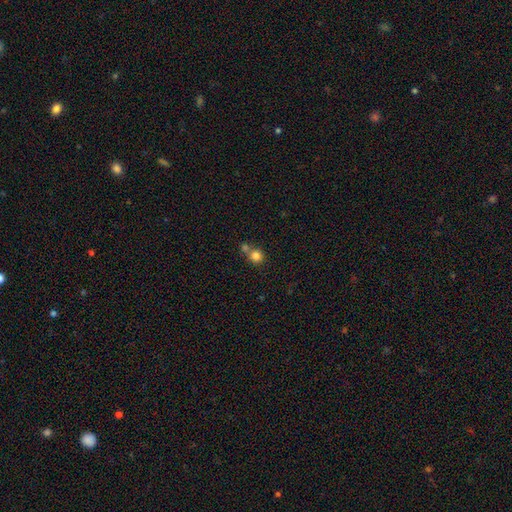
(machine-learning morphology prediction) Q: Smooth or featured?
A: smooth (81%); runner-up: star or artifact (11%)
Q: How rounded?
A: round (89%); runner-up: in between (10%)
Q: Merging?
A: none (49%); runner-up: merger (40%)